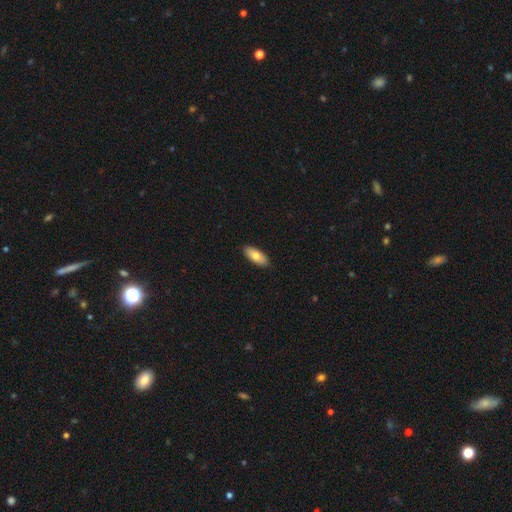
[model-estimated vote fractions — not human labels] Smooth or featured? smooth (77%)
How rounded? in between (85%)
Merging? none (90%)